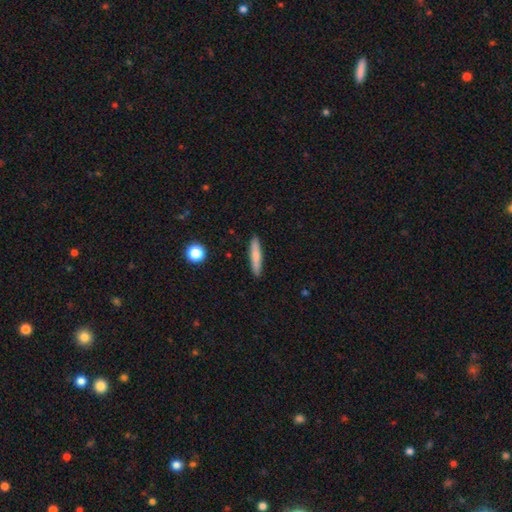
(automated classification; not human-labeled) A smooth galaxy with no disk features (74%) that is cigar-shaped (90%).

Vote fractions:
- Smooth or featured? smooth: 74% / featured or disk: 20% / star or artifact: 6%
- How rounded? cigar-shaped: 90% / in between: 8% / round: 2%
- Merging? none: 90% / minor disturbance: 7% / major disturbance: 2% / merger: 1%